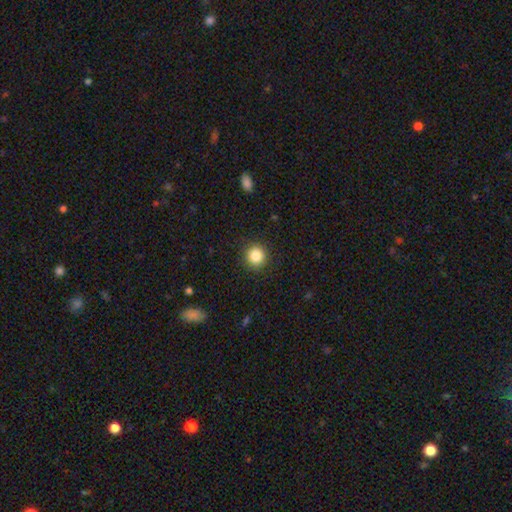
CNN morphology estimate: Overall: smooth (85%). How rounded: round (92%). Merging: none (90%).